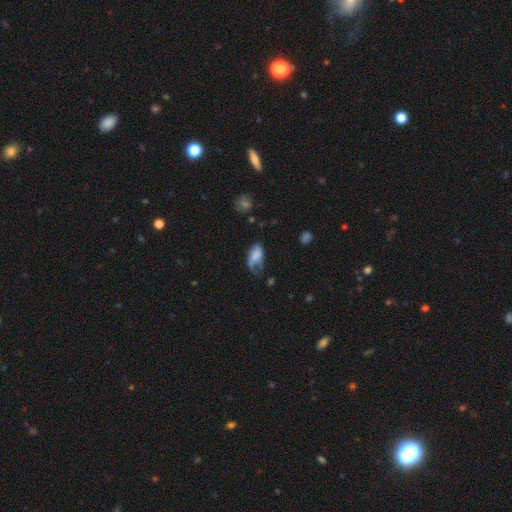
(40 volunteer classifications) Morphology: type=smooth (48%); roundness=in between (95%); merging=major disturbance (54%).